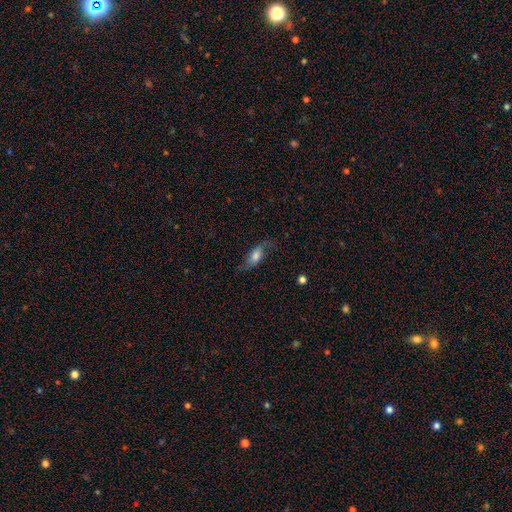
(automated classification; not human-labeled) Smooth or featured?
  - smooth: 60% *
  - featured or disk: 32%
  - star or artifact: 8%
How rounded?
  - in between: 75% *
  - cigar-shaped: 20%
  - round: 5%
Merging?
  - none: 64% *
  - minor disturbance: 23%
  - major disturbance: 11%
  - merger: 2%